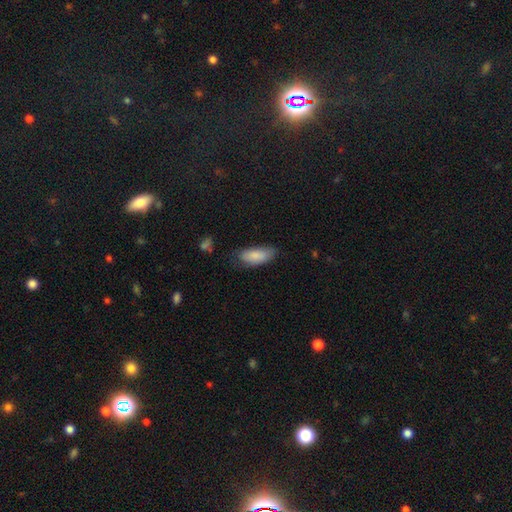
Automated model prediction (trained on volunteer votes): smooth-or-featured: smooth: 86% | featured or disk: 8% | star or artifact: 6%
  how-rounded: in between: 83% | cigar-shaped: 15% | round: 2%
  merging: none: 66% | minor disturbance: 26% | major disturbance: 6% | merger: 2%